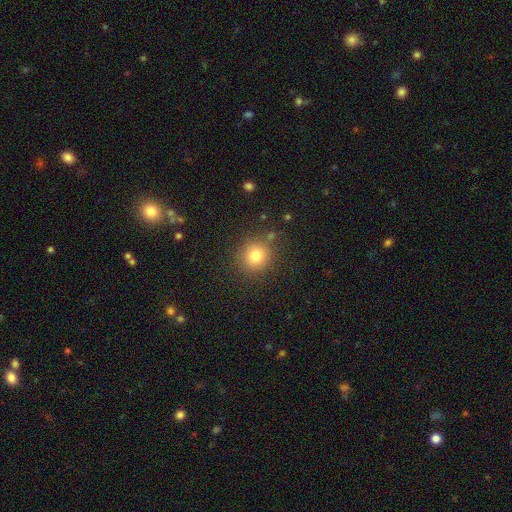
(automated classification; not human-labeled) A smooth galaxy with no disk features (79%) that is round (92%).

Vote fractions:
- Smooth or featured? smooth: 79% / star or artifact: 13% / featured or disk: 8%
- How rounded? round: 92% / in between: 7% / cigar-shaped: 1%
- Merging? none: 85% / minor disturbance: 9% / major disturbance: 3% / merger: 3%